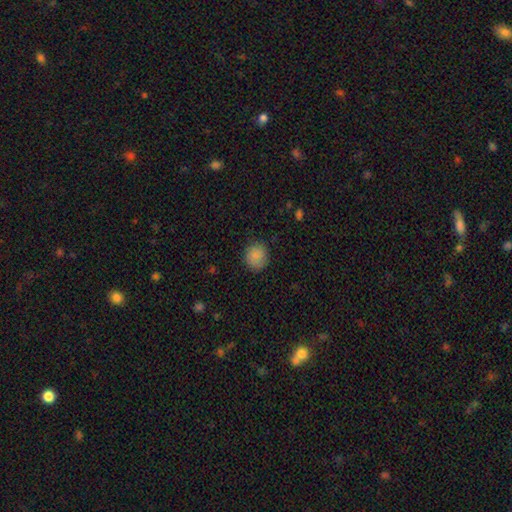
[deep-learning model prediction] Morphology: type=smooth (86%); roundness=round (83%); merging=none (82%).